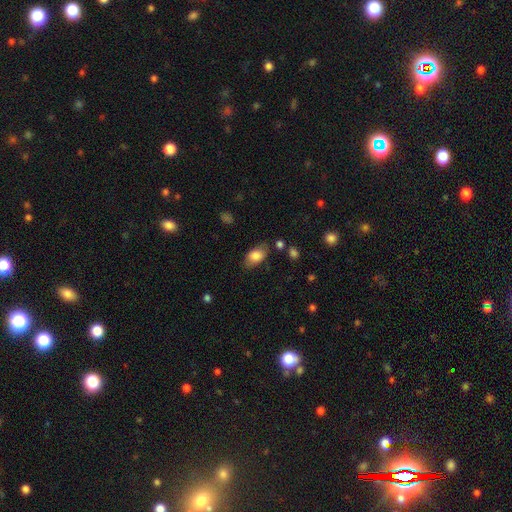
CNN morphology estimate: smooth 80%, featured or disk 13%, star or artifact 7%. Down the decision tree: how rounded — in between (91%); merging — none (75%).